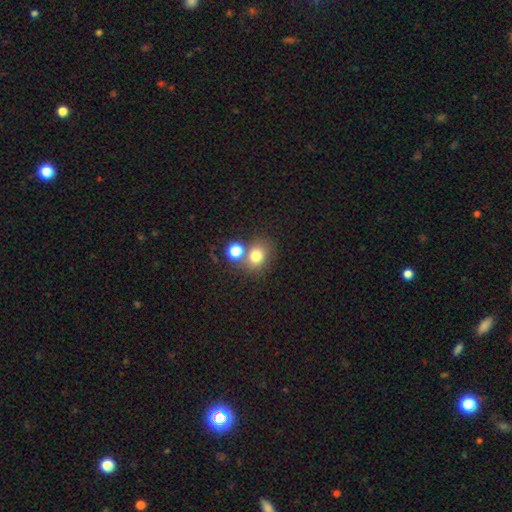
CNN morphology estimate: smooth-or-featured: smooth: 77% | star or artifact: 14% | featured or disk: 10%
  how-rounded: round: 67% | in between: 32% | cigar-shaped: 1%
  merging: none: 58% | merger: 27% | minor disturbance: 10% | major disturbance: 4%